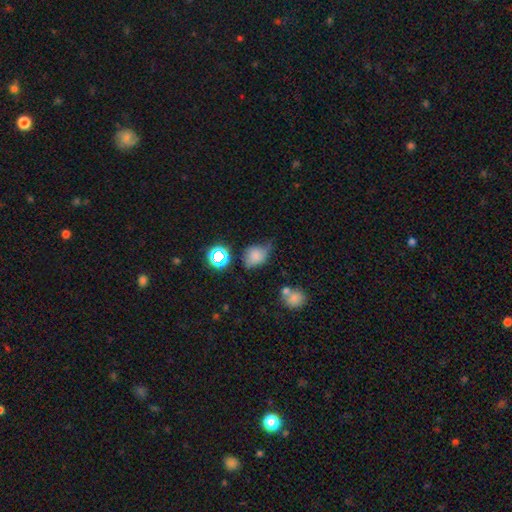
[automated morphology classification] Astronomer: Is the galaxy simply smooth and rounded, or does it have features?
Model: smooth — 68%.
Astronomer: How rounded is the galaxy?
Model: in between — 54% (runner-up: round, 45%).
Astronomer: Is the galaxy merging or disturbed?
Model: minor disturbance — 41% (runner-up: none, 36%).